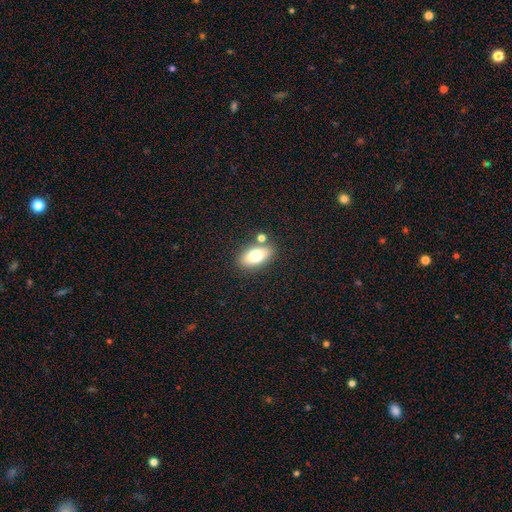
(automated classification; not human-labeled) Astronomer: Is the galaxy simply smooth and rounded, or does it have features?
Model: smooth — 74%.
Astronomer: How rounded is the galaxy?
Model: in between — 87%.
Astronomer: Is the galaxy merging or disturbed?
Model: none — 75%.